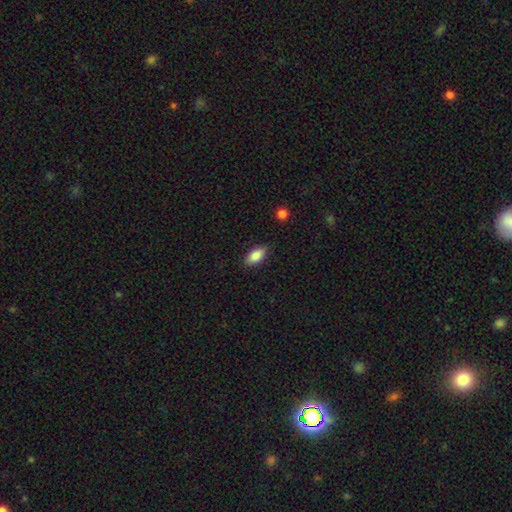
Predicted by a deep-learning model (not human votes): Q: Smooth or featured?
A: smooth (83%); runner-up: featured or disk (10%)
Q: How rounded?
A: in between (88%); runner-up: cigar-shaped (8%)
Q: Merging?
A: none (83%); runner-up: minor disturbance (13%)